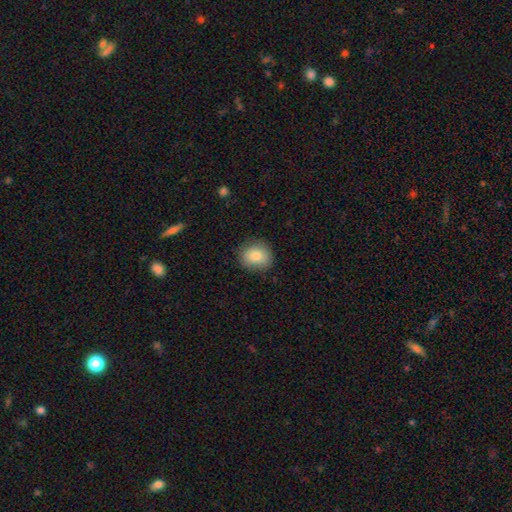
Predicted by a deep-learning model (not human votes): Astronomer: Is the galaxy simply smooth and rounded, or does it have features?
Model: smooth — 82%.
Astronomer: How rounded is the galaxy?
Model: round — 74%.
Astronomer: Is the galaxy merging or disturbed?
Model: none — 85%.